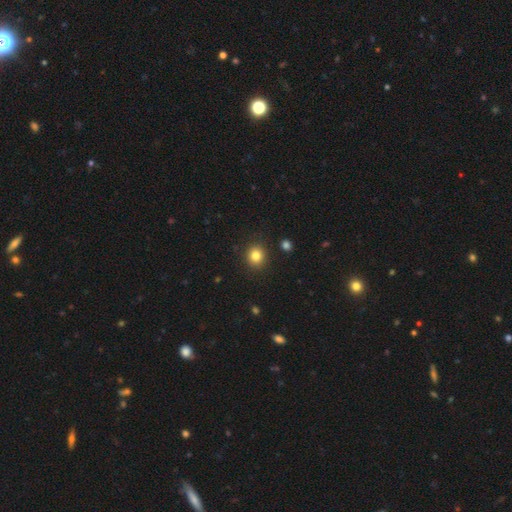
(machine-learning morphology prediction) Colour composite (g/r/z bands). It shows a smooth galaxy with no disk features (83%) that is round (85%). Merging: none (90%).